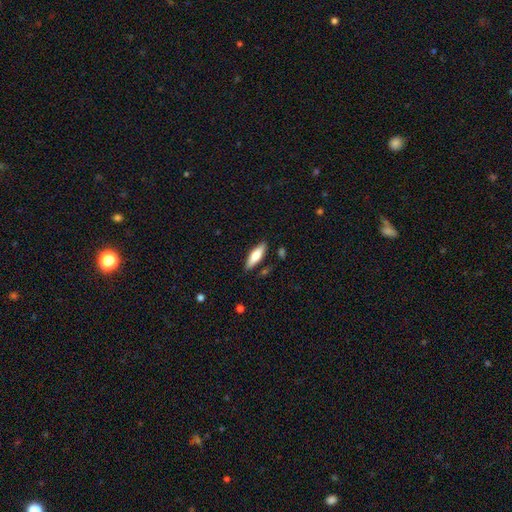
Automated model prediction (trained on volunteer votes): This appears to be a smooth galaxy with no disk features (63%) that is cigar-shaped (53%). Merging: none (85%).